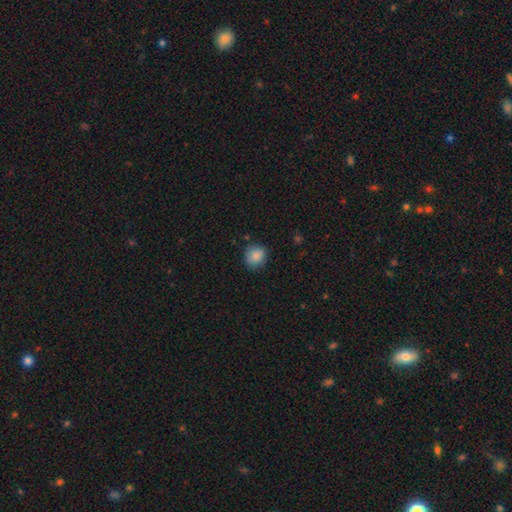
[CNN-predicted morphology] Smooth or featured: smooth — 86% (star or artifact — 9%)
How rounded: round — 85% (in between — 14%)
Merging: none — 83% (minor disturbance — 13%)